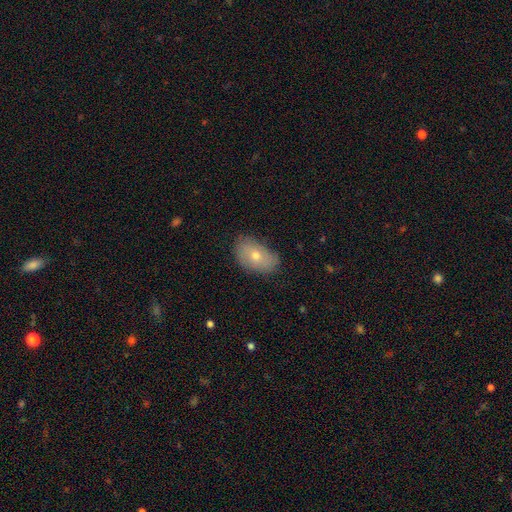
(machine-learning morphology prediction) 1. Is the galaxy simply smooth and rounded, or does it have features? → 63% smooth, 28% featured or disk, 9% star or artifact.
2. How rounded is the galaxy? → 89% in between, 9% round, 2% cigar-shaped.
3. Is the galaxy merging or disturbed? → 77% none, 19% minor disturbance, 4% major disturbance, 1% merger.